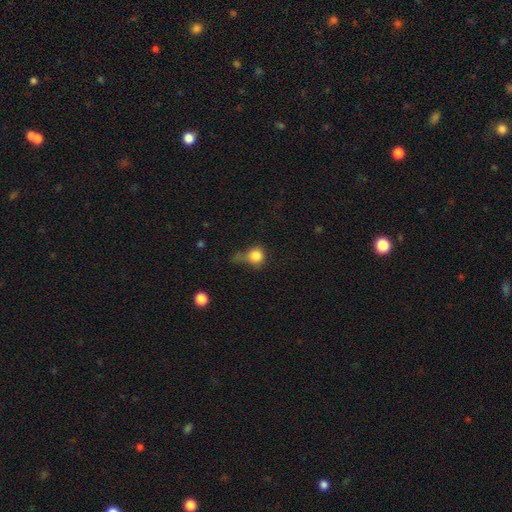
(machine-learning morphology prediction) Q: Smooth or featured?
A: smooth (81%); runner-up: star or artifact (11%)
Q: How rounded?
A: round (83%); runner-up: in between (16%)
Q: Merging?
A: none (36%); runner-up: minor disturbance (29%)